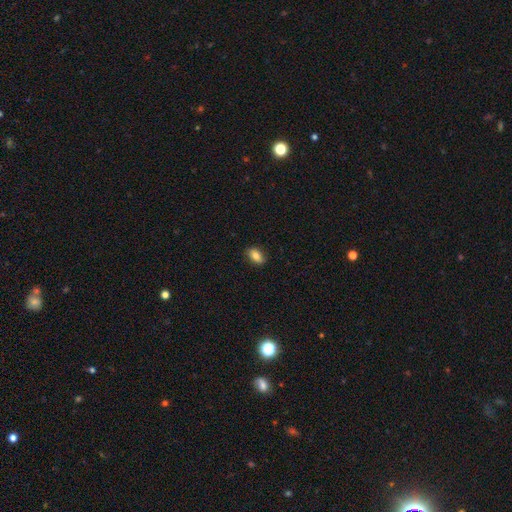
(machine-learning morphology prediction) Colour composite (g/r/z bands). It shows a smooth galaxy with no disk features (84%) that is in between round and cigar-shaped (89%). Merging: none (86%).